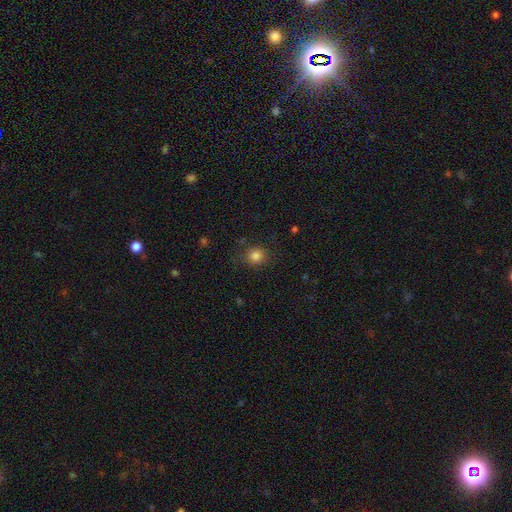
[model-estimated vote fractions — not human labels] This appears to be a smooth galaxy with no disk features (83%) that is round (81%). Merging: none (84%).